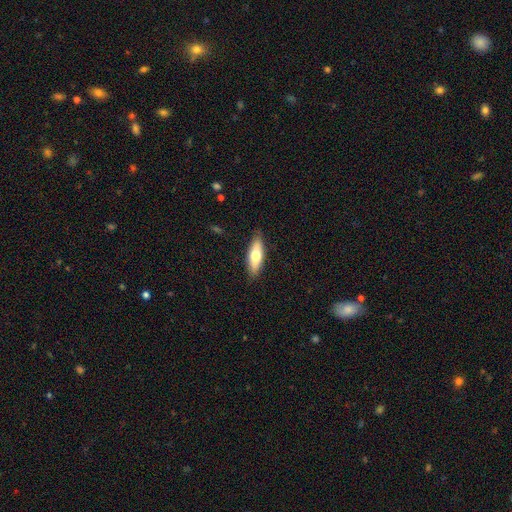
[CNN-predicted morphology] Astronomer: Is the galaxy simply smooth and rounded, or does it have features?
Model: smooth — 67%.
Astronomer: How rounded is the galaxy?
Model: in between — 62%.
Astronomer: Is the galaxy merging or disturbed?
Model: none — 86%.